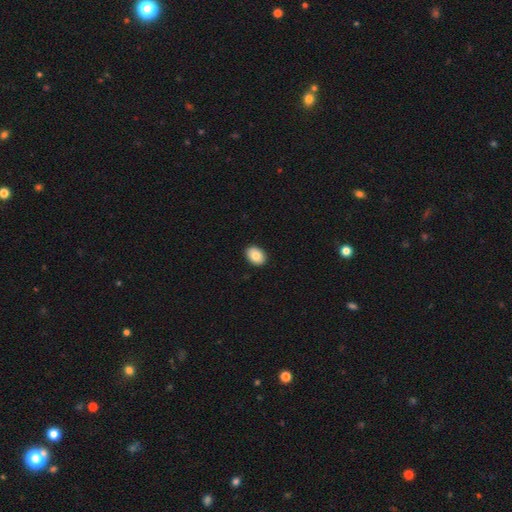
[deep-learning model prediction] Q: Smooth or featured?
A: smooth (83%); runner-up: featured or disk (10%)
Q: How rounded?
A: in between (73%); runner-up: round (26%)
Q: Merging?
A: none (91%); runner-up: minor disturbance (7%)